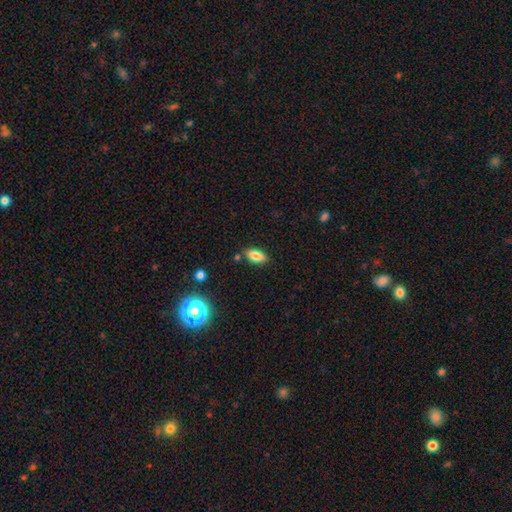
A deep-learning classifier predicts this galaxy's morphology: smooth-or-featured: smooth: 82% | star or artifact: 9% | featured or disk: 9%
  how-rounded: in between: 88% | cigar-shaped: 8% | round: 4%
  merging: none: 83% | minor disturbance: 11% | merger: 3% | major disturbance: 2%